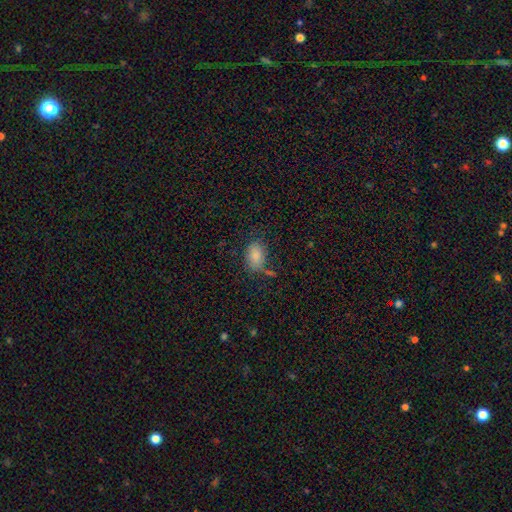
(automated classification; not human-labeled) Q: Smooth or featured?
A: smooth (84%); runner-up: star or artifact (9%)
Q: How rounded?
A: in between (87%); runner-up: round (12%)
Q: Merging?
A: none (66%); runner-up: minor disturbance (19%)